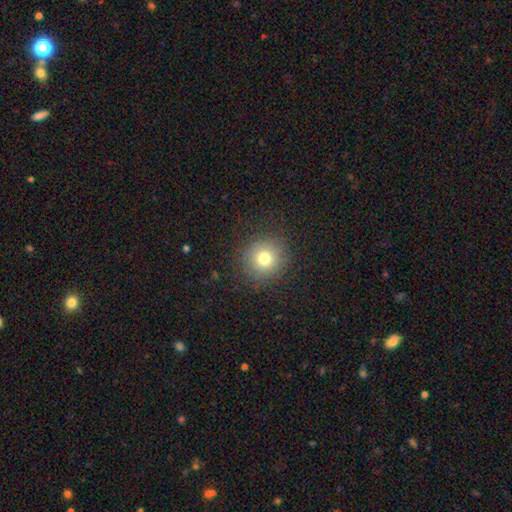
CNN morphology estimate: Smooth or featured: smooth — 72% (star or artifact — 22%)
How rounded: round — 95% (in between — 4%)
Merging: none — 93% (minor disturbance — 4%)